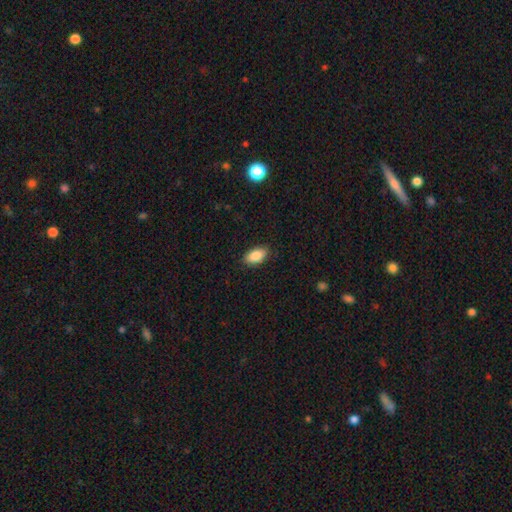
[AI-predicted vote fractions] A smooth galaxy with no disk features (88%) that is in between round and cigar-shaped (94%). Merging: none (88%).